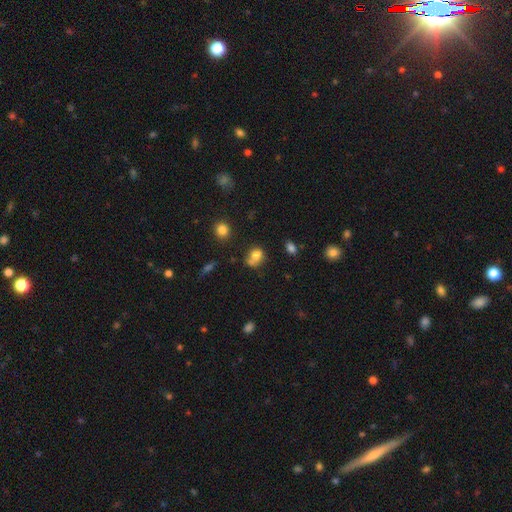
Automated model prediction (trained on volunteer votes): This appears to be a smooth galaxy with no disk features (74%) that is round (59%). Merging: none (40%).